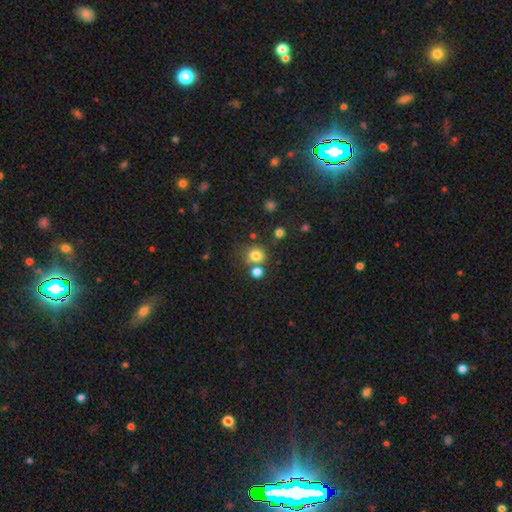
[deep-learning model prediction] This appears to be a smooth galaxy with no disk features (77%) that is round (84%). Merging: none (64%).